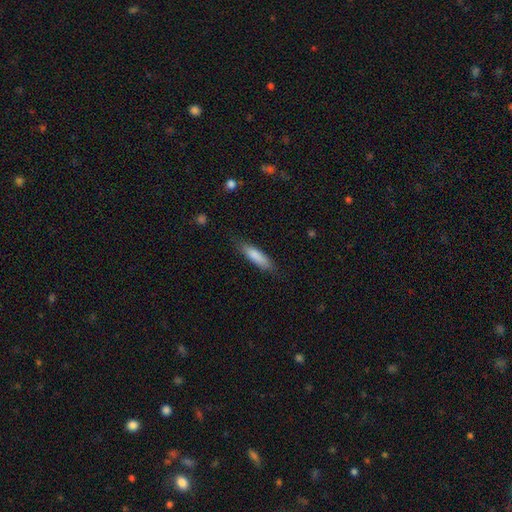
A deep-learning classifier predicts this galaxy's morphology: Q: Smooth or featured?
A: smooth (84%); runner-up: featured or disk (10%)
Q: How rounded?
A: cigar-shaped (67%); runner-up: in between (32%)
Q: Merging?
A: none (82%); runner-up: minor disturbance (14%)